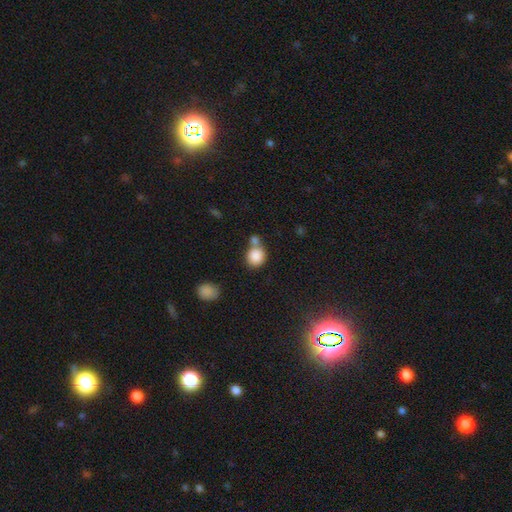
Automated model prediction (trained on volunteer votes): Smooth or featured: smooth — 86% (star or artifact — 9%)
How rounded: round — 80% (in between — 19%)
Merging: none — 48% (merger — 37%)